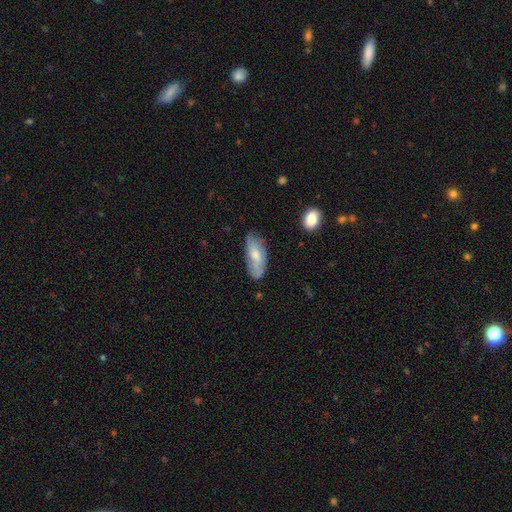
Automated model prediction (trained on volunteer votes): Smooth or featured: smooth — 60% (featured or disk — 34%)
How rounded: in between — 87% (cigar-shaped — 10%)
Merging: none — 64% (minor disturbance — 27%)